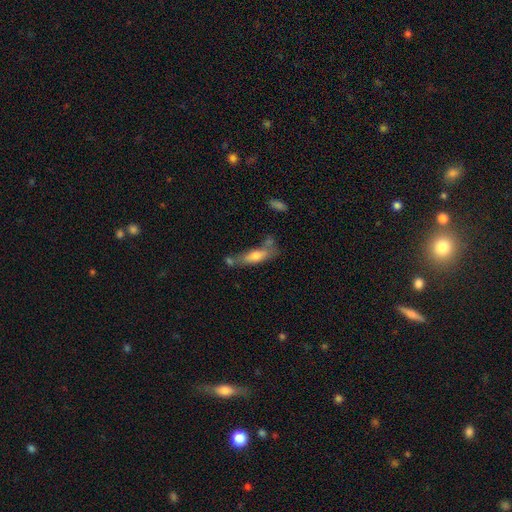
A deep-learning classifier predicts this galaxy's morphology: This appears to be a smooth galaxy with no disk features (62%) that is cigar-shaped (54%). Merging: none (46%).